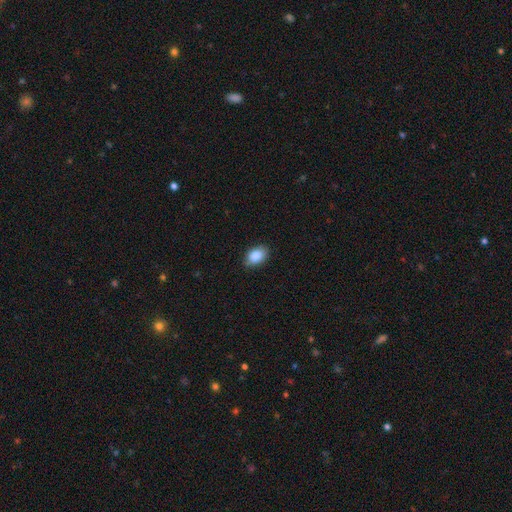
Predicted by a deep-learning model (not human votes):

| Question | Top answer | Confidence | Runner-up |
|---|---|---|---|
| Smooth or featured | smooth | 87% | star or artifact (7%) |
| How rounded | in between | 87% | round (12%) |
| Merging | none | 86% | minor disturbance (11%) |